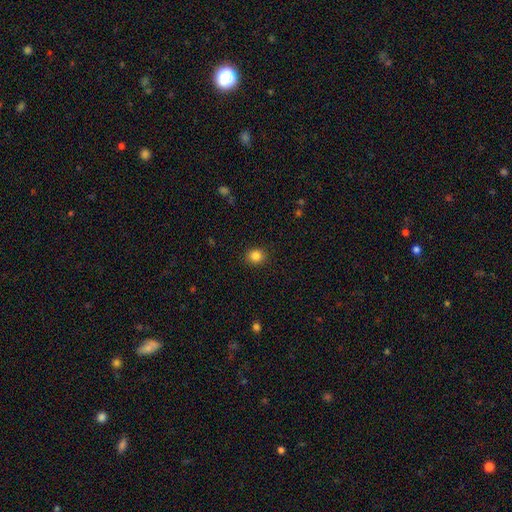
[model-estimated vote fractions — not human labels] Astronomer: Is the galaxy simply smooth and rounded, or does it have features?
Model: smooth — 85%.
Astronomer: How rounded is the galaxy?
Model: round — 77%.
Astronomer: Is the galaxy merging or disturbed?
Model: none — 90%.